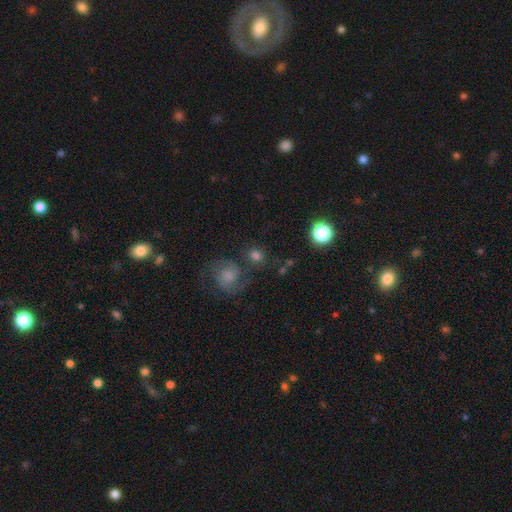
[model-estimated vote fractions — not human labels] Smooth or featured?
  - smooth: 67% *
  - star or artifact: 17%
  - featured or disk: 15%
How rounded?
  - round: 80% *
  - in between: 18%
  - cigar-shaped: 1%
Merging?
  - none: 65% *
  - merger: 15%
  - minor disturbance: 13%
  - major disturbance: 8%